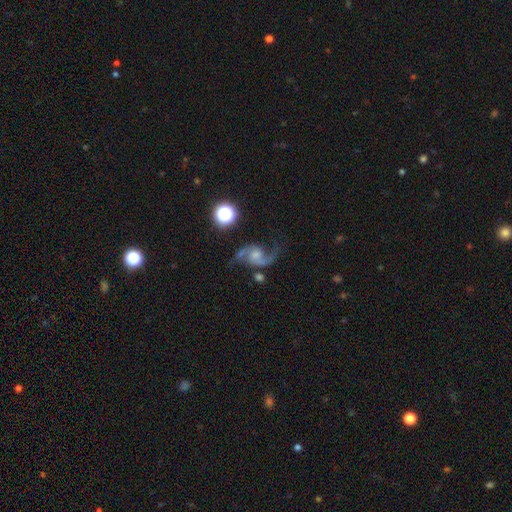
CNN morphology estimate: Smooth or featured? featured or disk (86%)
Edge-on disk? no (98%)
Bar? no (57%)
Spiral arms? yes (97%)
Spiral winding? loose (68%)
Spiral arm count? 2 (92%)
Bulge size? moderate (39%)
Merging? none (67%)